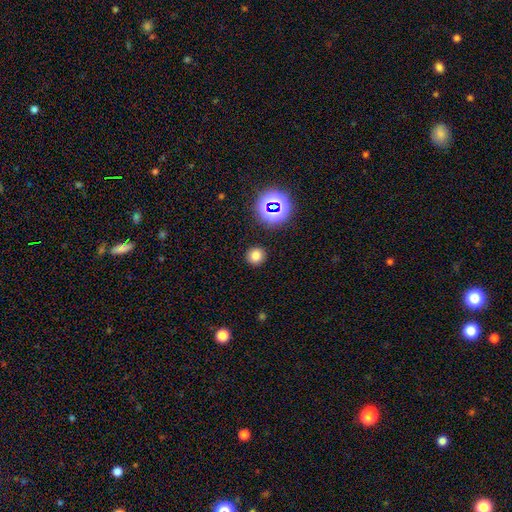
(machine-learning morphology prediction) smooth_or_featured: smooth (p=0.74) [alt: star or artifact p=0.19]
how_rounded: round (p=0.92) [alt: in between p=0.07]
merging: none (p=0.90) [alt: minor disturbance p=0.06]